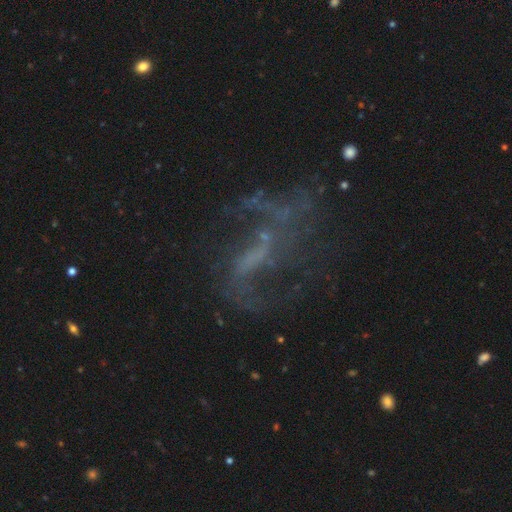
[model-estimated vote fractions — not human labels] Smooth or featured: featured or disk — 70% (star or artifact — 19%)
Edge-on disk: no — 95% (yes — 5%)
Bar: weak — 36% (no — 35%)
Spiral arms: yes — 68% (no — 32%)
Bulge size: none — 62% (small — 24%)
Merging: none — 49% (major disturbance — 31%)